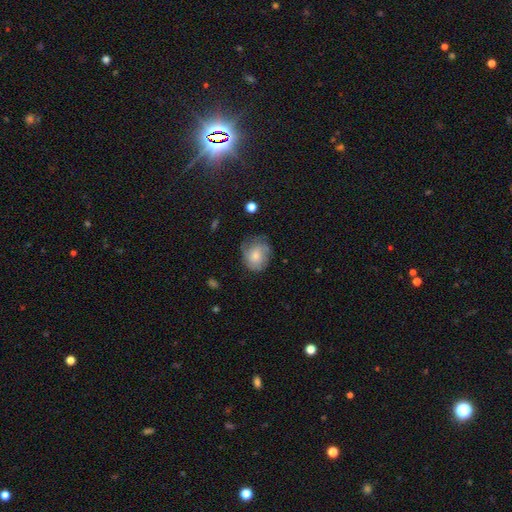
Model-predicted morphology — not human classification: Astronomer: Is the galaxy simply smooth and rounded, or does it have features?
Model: smooth — 58% (runner-up: featured or disk, 33%).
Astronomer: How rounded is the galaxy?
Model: round — 62% (runner-up: in between, 37%).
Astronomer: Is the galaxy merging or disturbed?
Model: none — 63%.